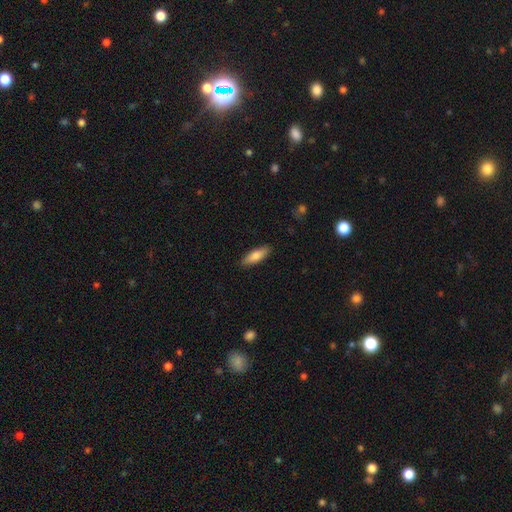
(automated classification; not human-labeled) Smooth or featured: smooth — 79% (featured or disk — 15%)
How rounded: in between — 57% (cigar-shaped — 41%)
Merging: none — 88% (minor disturbance — 9%)